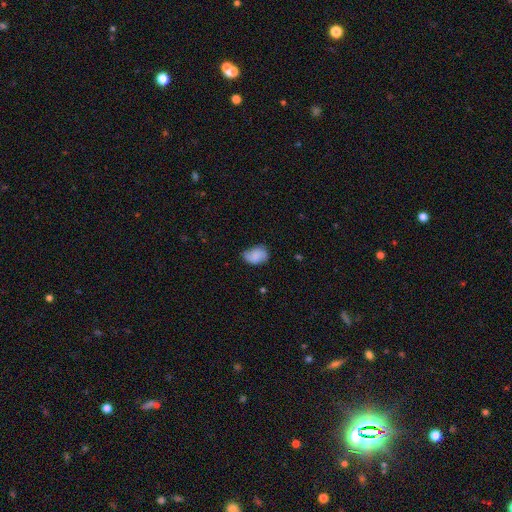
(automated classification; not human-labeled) Overall: smooth (69%). How rounded: in between (76%). Merging: none (61%; minor disturbance 30%).